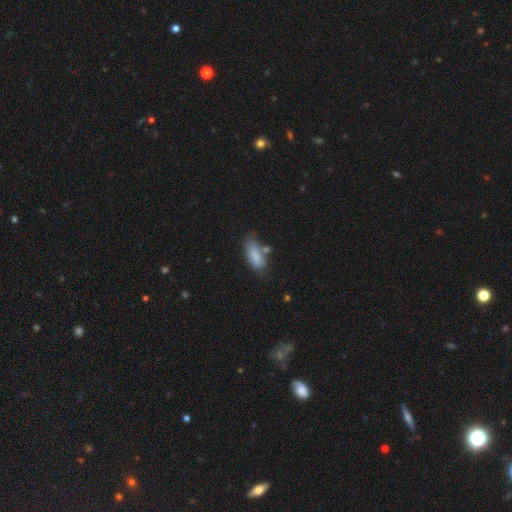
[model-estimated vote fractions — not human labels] This appears to be a smooth galaxy with no disk features (83%) that is in between round and cigar-shaped (74%). Merging: none (60%).